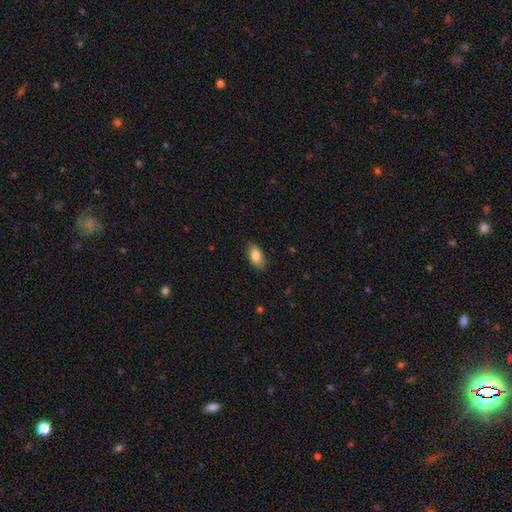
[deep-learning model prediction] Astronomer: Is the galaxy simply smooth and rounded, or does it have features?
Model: smooth — 84%.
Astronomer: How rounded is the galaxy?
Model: in between — 91%.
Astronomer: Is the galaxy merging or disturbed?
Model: none — 83%.